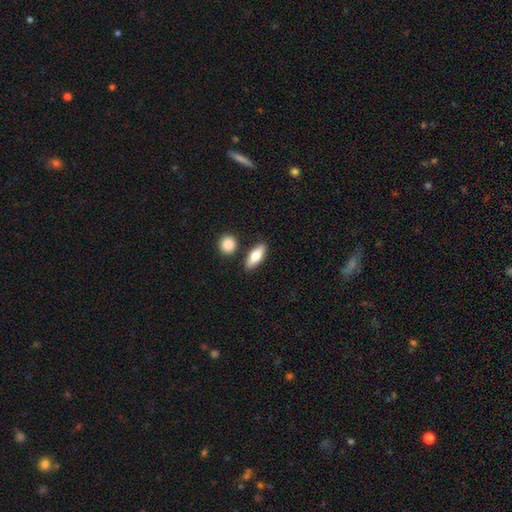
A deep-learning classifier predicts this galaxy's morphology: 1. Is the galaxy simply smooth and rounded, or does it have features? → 73% smooth, 21% featured or disk, 6% star or artifact.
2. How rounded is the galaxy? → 71% in between, 24% cigar-shaped, 5% round.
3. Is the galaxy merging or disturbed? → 82% none, 9% minor disturbance, 7% merger, 2% major disturbance.